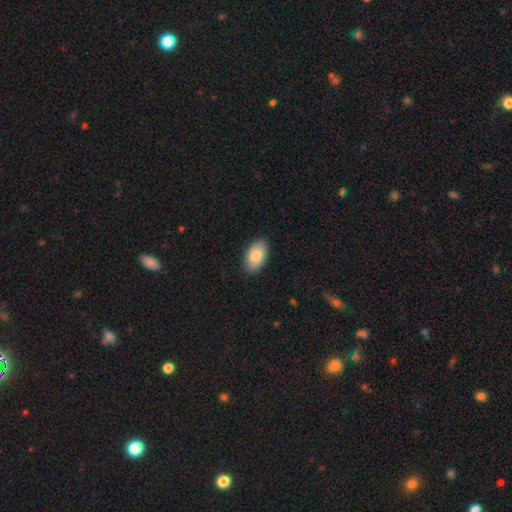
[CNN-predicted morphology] Q: Smooth or featured?
A: smooth (84%); runner-up: featured or disk (11%)
Q: How rounded?
A: in between (95%); runner-up: round (4%)
Q: Merging?
A: none (87%); runner-up: minor disturbance (10%)